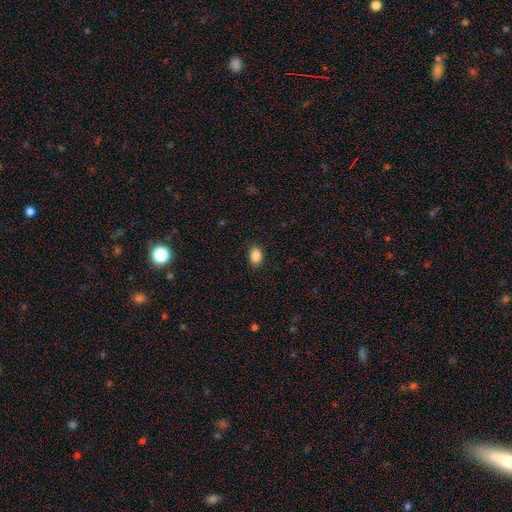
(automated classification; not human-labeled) A smooth galaxy with no disk features (88%) that is in between round and cigar-shaped (77%).

Vote fractions:
- Smooth or featured? smooth: 88% / star or artifact: 8% / featured or disk: 3%
- How rounded? in between: 77% / round: 22% / cigar-shaped: 1%
- Merging? none: 87% / minor disturbance: 9% / major disturbance: 2% / merger: 1%